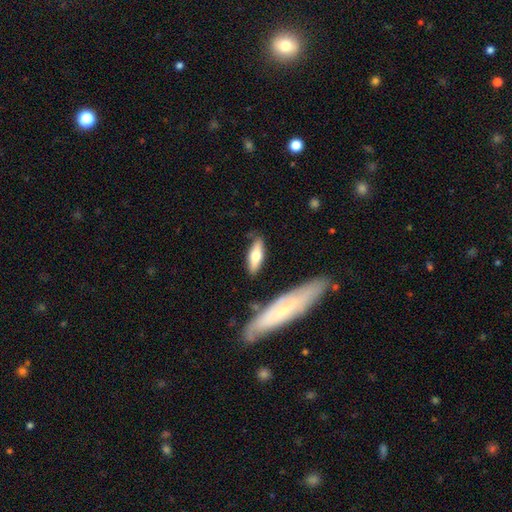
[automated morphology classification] Smooth or featured?
  - smooth: 62% *
  - featured or disk: 33%
  - star or artifact: 5%
How rounded?
  - in between: 50% *
  - cigar-shaped: 48%
  - round: 2%
Merging?
  - none: 81% *
  - minor disturbance: 12%
  - merger: 4%
  - major disturbance: 3%